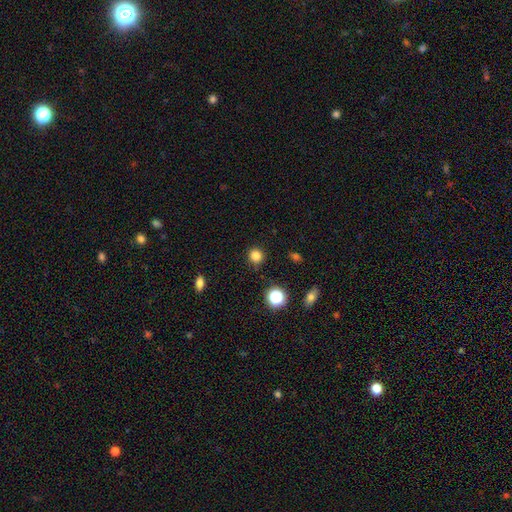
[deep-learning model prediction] Smooth or featured?
  - smooth: 82% *
  - star or artifact: 14%
  - featured or disk: 4%
How rounded?
  - round: 90% *
  - in between: 9%
  - cigar-shaped: 1%
Merging?
  - none: 89% *
  - minor disturbance: 7%
  - major disturbance: 2%
  - merger: 2%